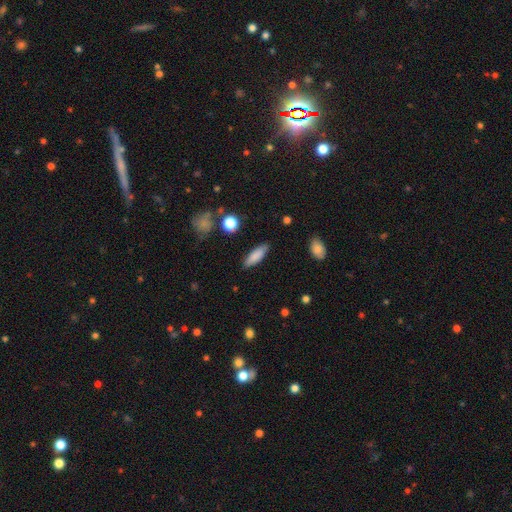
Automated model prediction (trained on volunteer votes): smooth-or-featured: smooth: 83% | featured or disk: 10% | star or artifact: 7%
  how-rounded: cigar-shaped: 52% | in between: 46% | round: 2%
  merging: none: 86% | minor disturbance: 10% | major disturbance: 2% | merger: 2%